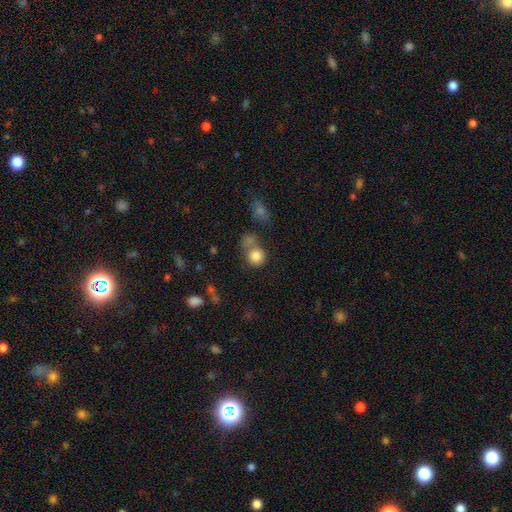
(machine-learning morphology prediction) The model was most divided on "merging": none: 50%, merger: 29%, minor disturbance: 13%, major disturbance: 7%. More confident: how rounded — round (84%); smooth or featured — smooth (83%).